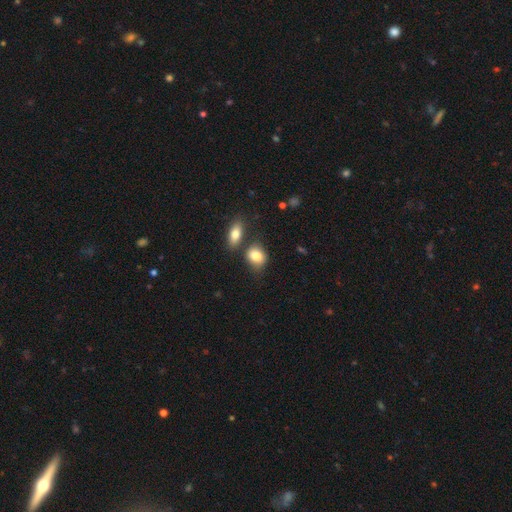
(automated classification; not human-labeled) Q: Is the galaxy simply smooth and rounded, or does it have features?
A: smooth — 82%.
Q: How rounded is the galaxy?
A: in between — 57%.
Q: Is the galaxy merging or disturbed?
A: none — 60%.